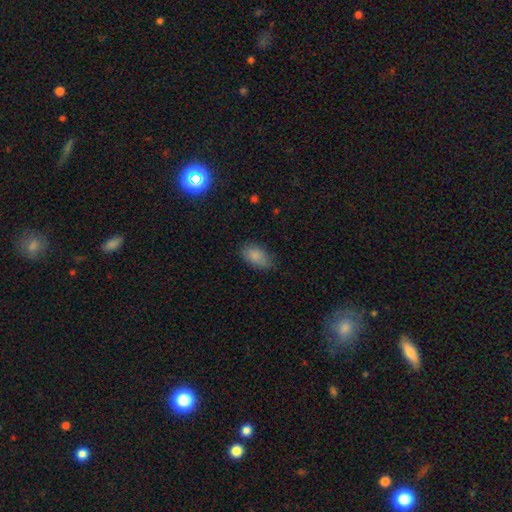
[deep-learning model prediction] Smooth or featured?
  - smooth: 86% *
  - star or artifact: 8%
  - featured or disk: 6%
How rounded?
  - in between: 93% *
  - round: 4%
  - cigar-shaped: 3%
Merging?
  - none: 75% *
  - minor disturbance: 20%
  - major disturbance: 4%
  - merger: 1%